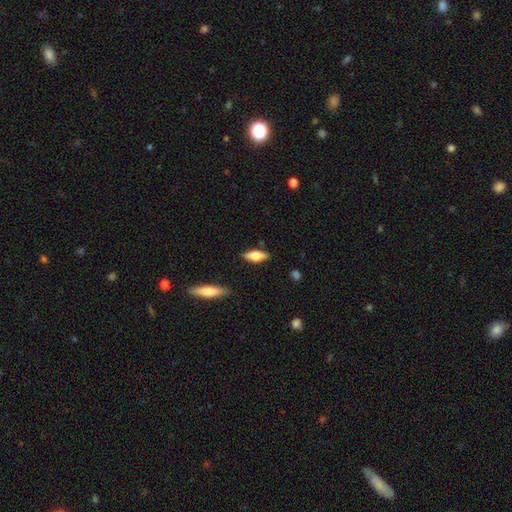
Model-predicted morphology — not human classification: Overall: smooth (70%). How rounded: in between (74%). Merging: none (85%).